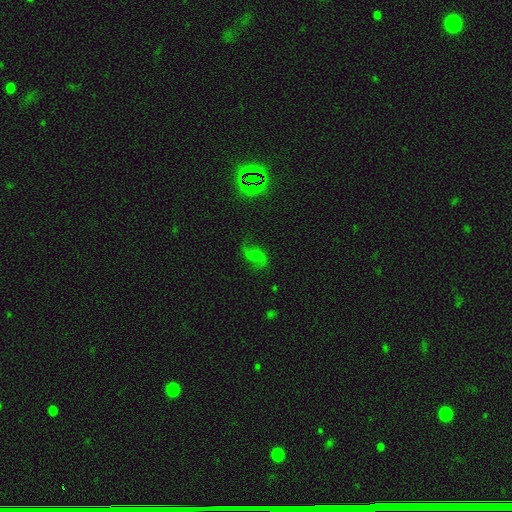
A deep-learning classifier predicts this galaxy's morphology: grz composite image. It shows a featured or disk galaxy (51%). Merging: none (65%).